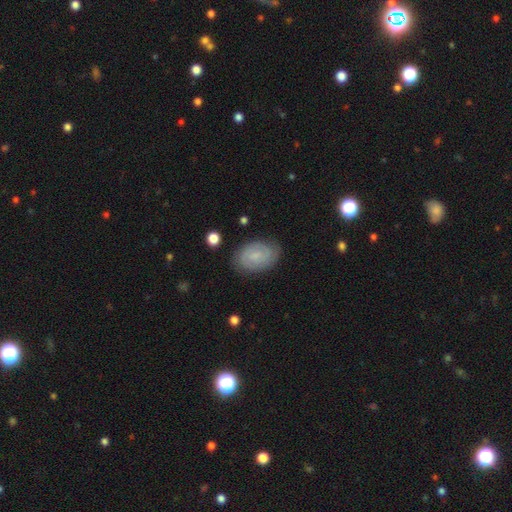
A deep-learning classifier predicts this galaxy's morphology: featured or disk 58%, smooth 34%, star or artifact 8%. Down the decision tree: edge-on disk — no (97%); bar — no (53%); spiral arms — yes (88%); bulge size — small (64%); merging — none (80%).